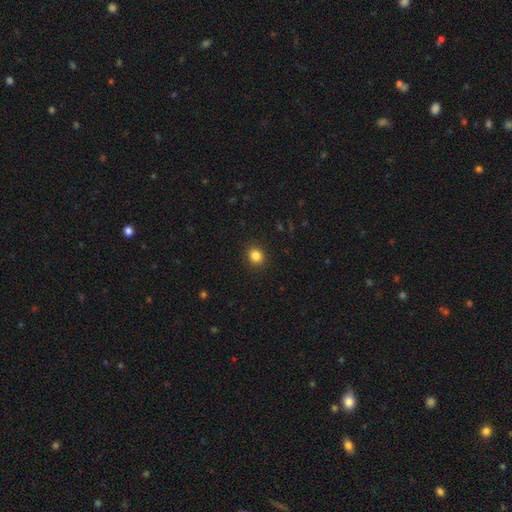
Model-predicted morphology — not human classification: A smooth galaxy with no disk features (85%) that is round (69%).

Vote fractions:
- Smooth or featured? smooth: 85% / star or artifact: 11% / featured or disk: 4%
- How rounded? round: 69% / in between: 30% / cigar-shaped: 1%
- Merging? none: 91% / minor disturbance: 6% / major disturbance: 2% / merger: 1%